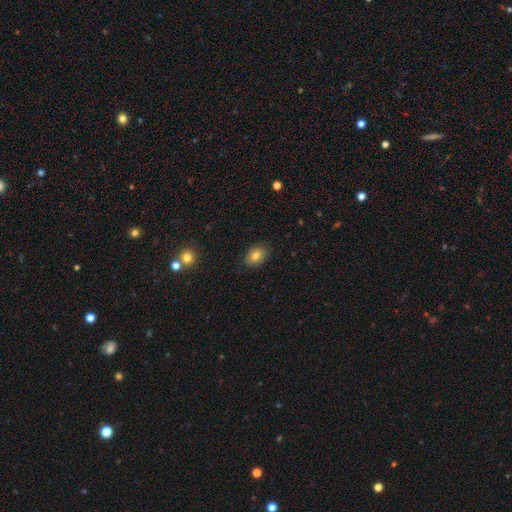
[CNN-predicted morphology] smooth 79%, featured or disk 12%, star or artifact 9%. Down the decision tree: how rounded — in between (81%); merging — none (86%).